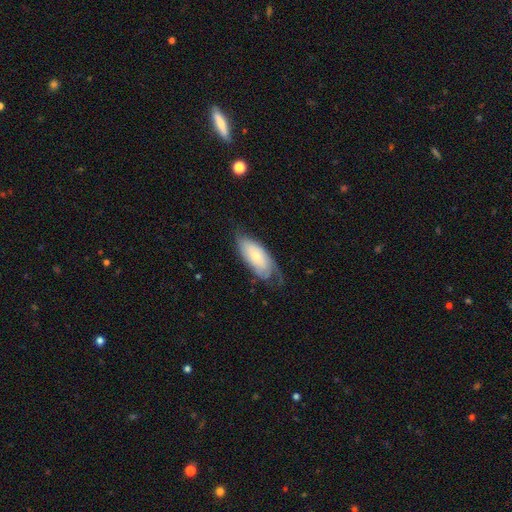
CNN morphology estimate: smooth_or_featured: featured or disk (p=0.52) [alt: smooth p=0.41]
disk_edge_on: no (p=0.86) [alt: yes p=0.14]
merging: none (p=0.55) [alt: minor disturbance p=0.29]